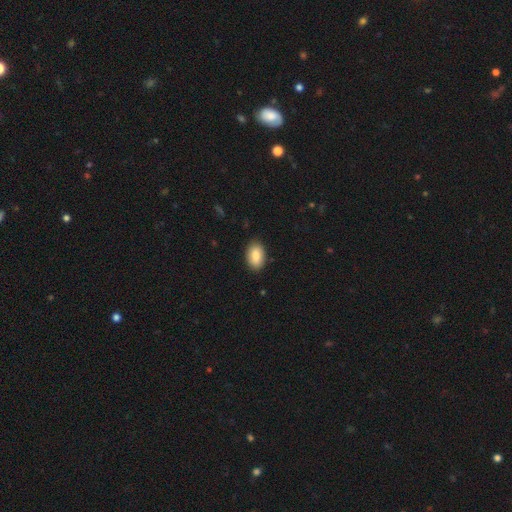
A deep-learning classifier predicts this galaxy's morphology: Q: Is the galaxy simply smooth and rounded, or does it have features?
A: smooth — 84%.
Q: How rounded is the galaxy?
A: in between — 92%.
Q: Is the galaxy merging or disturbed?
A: none — 87%.